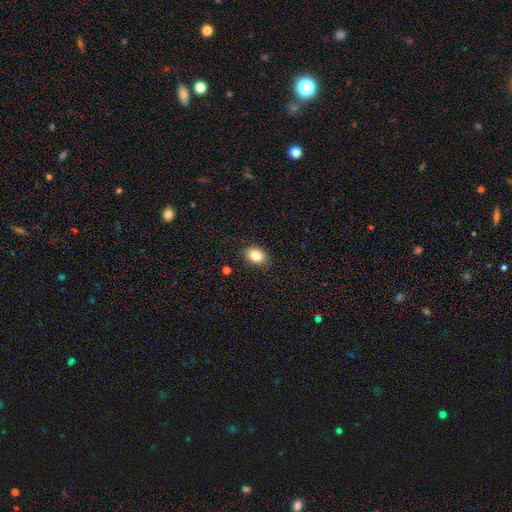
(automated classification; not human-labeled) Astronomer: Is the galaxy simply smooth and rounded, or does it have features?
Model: smooth — 82%.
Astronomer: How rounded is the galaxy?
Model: in between — 78%.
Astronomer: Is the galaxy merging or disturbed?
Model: none — 87%.